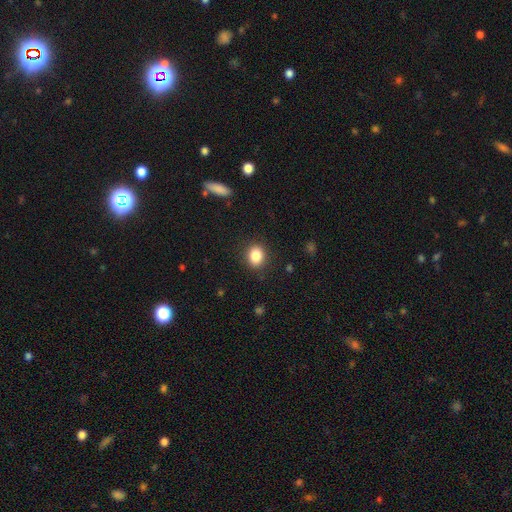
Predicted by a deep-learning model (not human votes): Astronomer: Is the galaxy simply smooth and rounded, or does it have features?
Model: smooth — 85%.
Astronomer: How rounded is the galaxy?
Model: round — 55% (runner-up: in between, 44%).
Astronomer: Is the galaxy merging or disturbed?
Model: none — 88%.